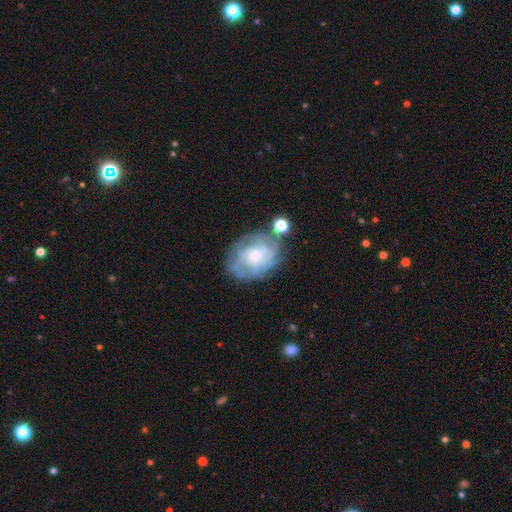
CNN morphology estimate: Smooth or featured? featured or disk (74%)
Edge-on disk? no (97%)
Bar? no (73%)
Spiral arms? yes (88%)
Spiral winding? tight (55%)
Spiral arm count? can't tell (44%)
Bulge size? moderate (48%)
Merging? none (64%)